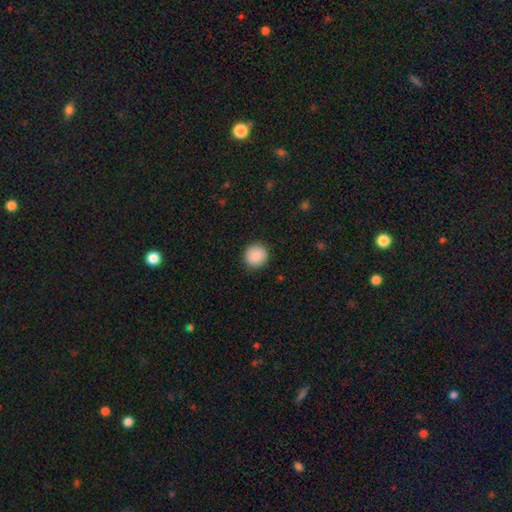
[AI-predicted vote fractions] Smooth or featured: smooth — 89% (star or artifact — 7%)
How rounded: round — 92% (in between — 7%)
Merging: none — 90% (minor disturbance — 7%)